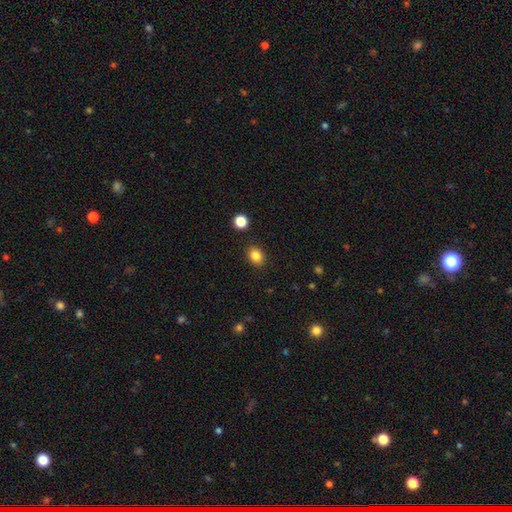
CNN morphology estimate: A smooth galaxy with no disk features (84%) that is in between round and cigar-shaped (54%).

Vote fractions:
- Smooth or featured? smooth: 84% / star or artifact: 11% / featured or disk: 5%
- How rounded? in between: 54% / round: 45% / cigar-shaped: 1%
- Merging? none: 88% / minor disturbance: 8% / major disturbance: 2% / merger: 2%